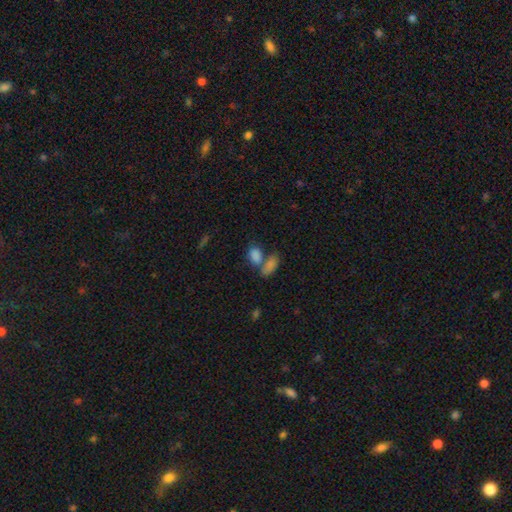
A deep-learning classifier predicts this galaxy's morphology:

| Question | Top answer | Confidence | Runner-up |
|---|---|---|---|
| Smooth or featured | smooth | 83% | star or artifact (9%) |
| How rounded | in between | 86% | round (11%) |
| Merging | merger | 50% | none (36%) |